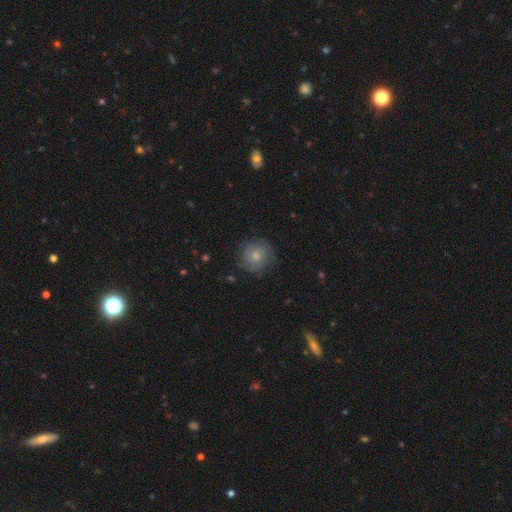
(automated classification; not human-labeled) Smooth or featured: smooth — 64% (featured or disk — 28%)
How rounded: round — 88% (in between — 11%)
Merging: none — 74% (minor disturbance — 19%)